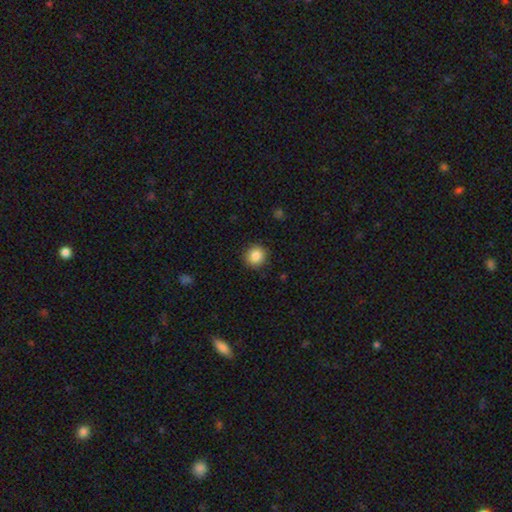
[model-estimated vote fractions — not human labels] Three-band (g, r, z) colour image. It shows a smooth galaxy with no disk features (86%) that is round (89%). Merging: none (90%).